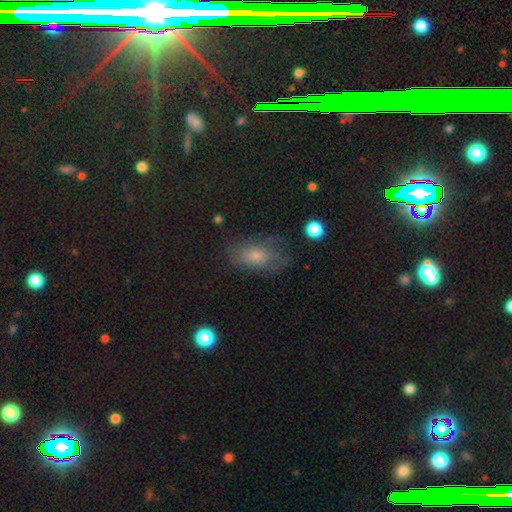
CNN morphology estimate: smooth_or_featured: smooth (p=0.52) [alt: featured or disk p=0.28]
how_rounded: in between (p=0.85) [alt: round p=0.11]
merging: none (p=0.63) [alt: minor disturbance p=0.23]